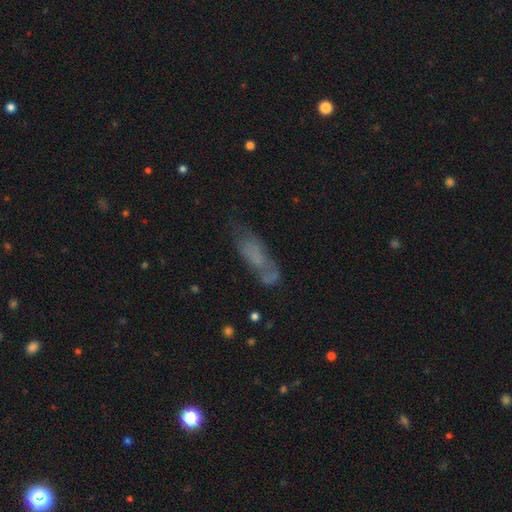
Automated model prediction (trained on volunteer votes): smooth 50%, featured or disk 36%, star or artifact 14%. Down the decision tree: merging — none (45%).